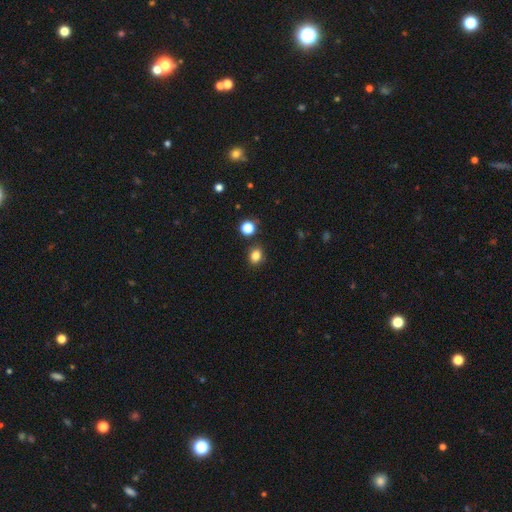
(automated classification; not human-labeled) Morphology: type=smooth (83%); roundness=round (58%); merging=none (84%).